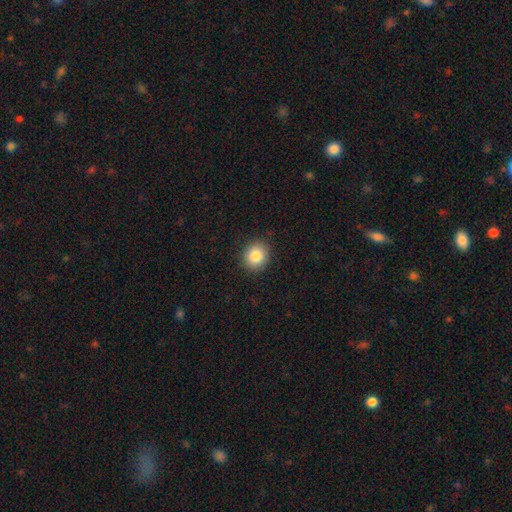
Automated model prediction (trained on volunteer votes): Smooth or featured? Predicted: smooth (p=0.85). How rounded? Predicted: round (p=0.82). Merging? Predicted: none (p=0.90).